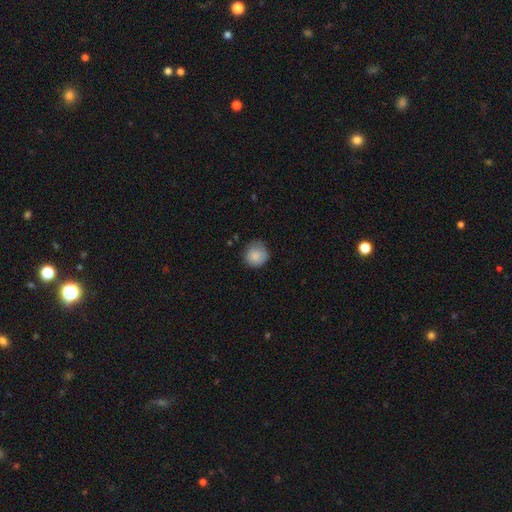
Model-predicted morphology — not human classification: A smooth galaxy with no disk features (86%) that is round (90%). Merging: none (71%).